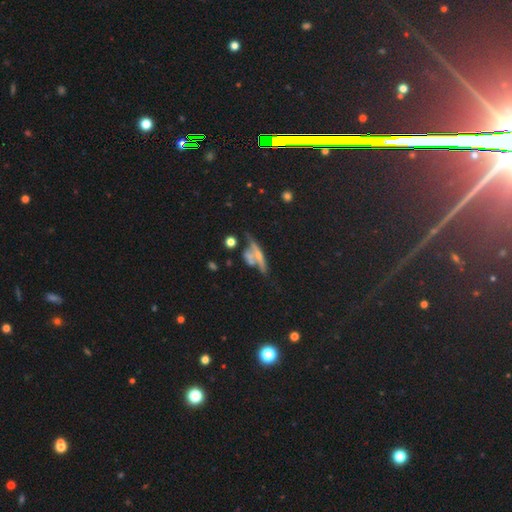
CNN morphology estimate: Smooth or featured?
  - featured or disk: 49% *
  - smooth: 36%
  - star or artifact: 15%
Merging?
  - none: 42% *
  - merger: 32%
  - minor disturbance: 15%
  - major disturbance: 11%